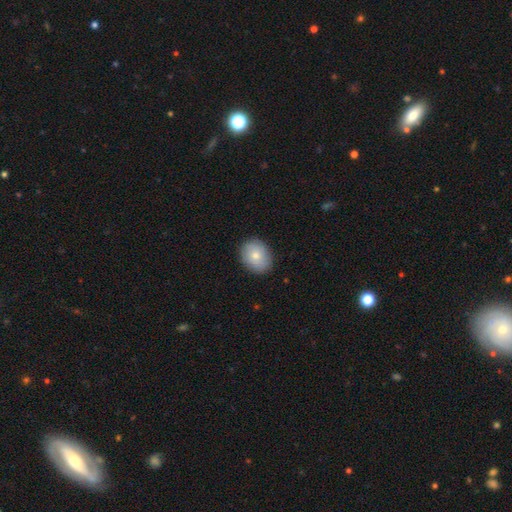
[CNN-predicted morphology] This is likely a smooth galaxy (79%). How rounded: possibly in between (52%). Merging: clearly none (87%).